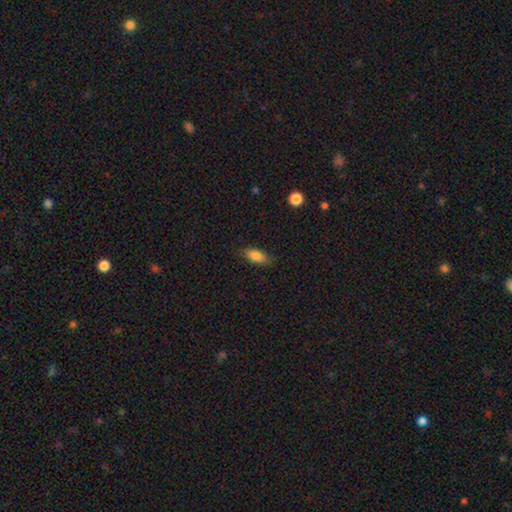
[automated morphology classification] Smooth or featured: smooth — 85% (featured or disk — 8%)
How rounded: in between — 84% (cigar-shaped — 13%)
Merging: none — 81% (minor disturbance — 14%)